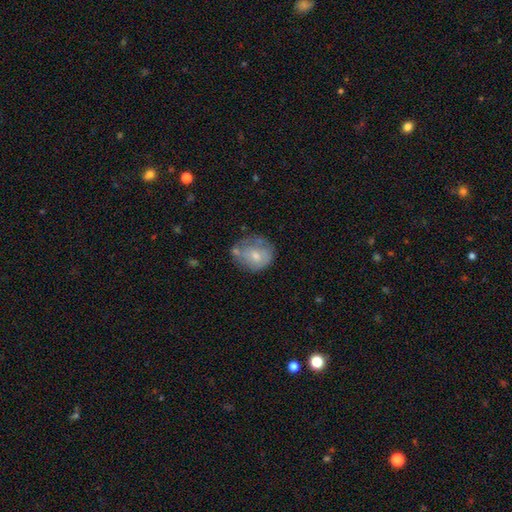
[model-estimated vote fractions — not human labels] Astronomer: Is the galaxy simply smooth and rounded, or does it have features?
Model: smooth — 58% (runner-up: featured or disk, 34%).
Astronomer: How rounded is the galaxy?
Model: round — 66%.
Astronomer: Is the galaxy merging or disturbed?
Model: none — 46% (runner-up: minor disturbance, 29%).